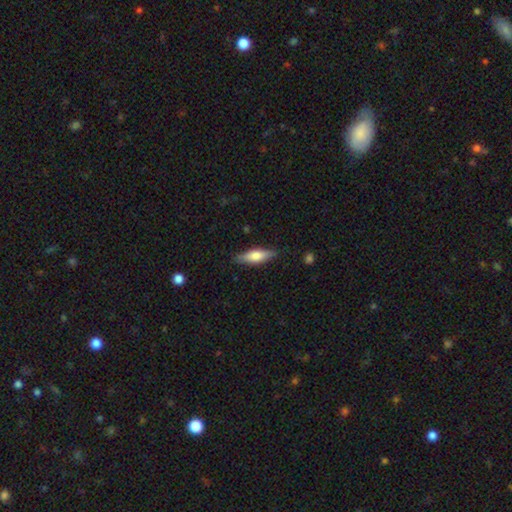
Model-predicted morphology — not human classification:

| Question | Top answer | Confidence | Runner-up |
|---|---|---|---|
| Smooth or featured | smooth | 63% | featured or disk (31%) |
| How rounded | cigar-shaped | 52% | in between (46%) |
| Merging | none | 84% | minor disturbance (13%) |